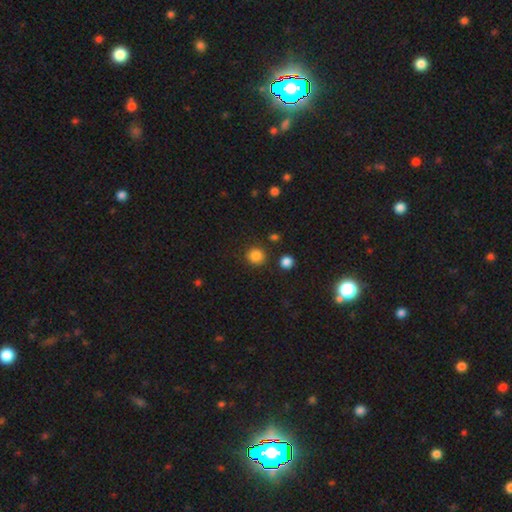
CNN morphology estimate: Smooth or featured?
  - smooth: 85% *
  - star or artifact: 12%
  - featured or disk: 4%
How rounded?
  - round: 88% *
  - in between: 11%
  - cigar-shaped: 1%
Merging?
  - none: 86% *
  - minor disturbance: 8%
  - merger: 3%
  - major disturbance: 3%